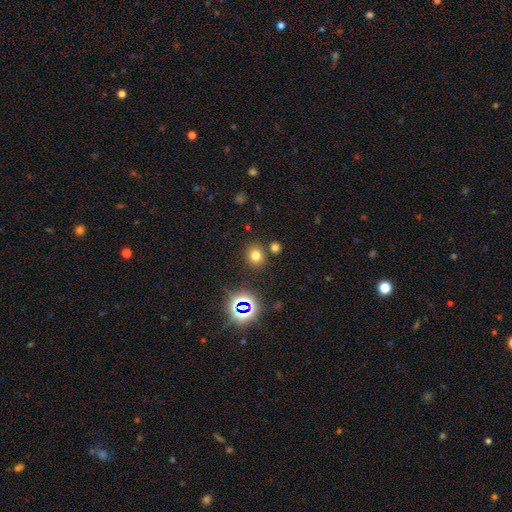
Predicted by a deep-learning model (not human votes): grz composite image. It shows a smooth galaxy with no disk features (70%) that is round (74%). Merging: none (82%).